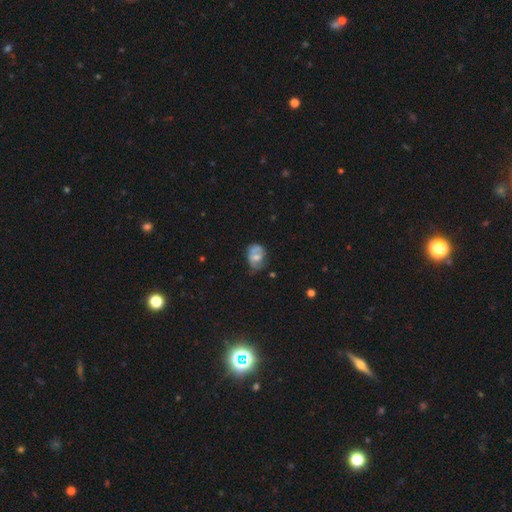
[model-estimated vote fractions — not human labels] Q: Smooth or featured?
A: smooth (50%); runner-up: featured or disk (40%)
Q: Merging?
A: none (37%); runner-up: minor disturbance (33%)